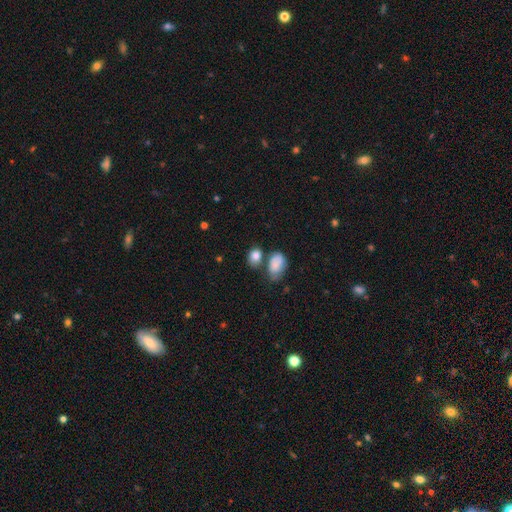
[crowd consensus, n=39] Volunteers were most divided on "merging": merger: 43%, minor disturbance: 32%, none: 24%, major disturbance: 0%. More confident: smooth or featured — smooth (85%); how rounded — in between (76%).